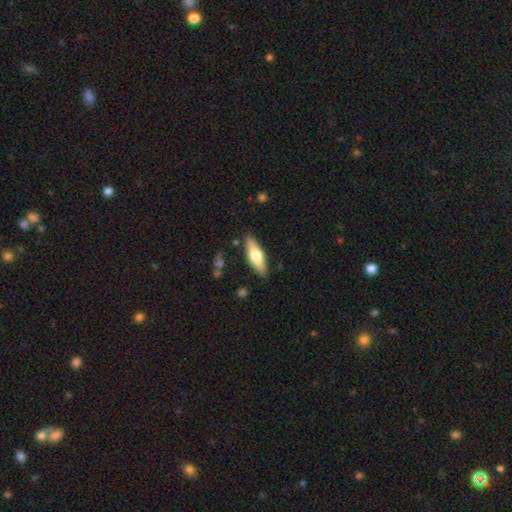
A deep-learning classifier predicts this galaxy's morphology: smooth 60%, featured or disk 35%, star or artifact 6%. Down the decision tree: how rounded — in between (53%); merging — none (86%).